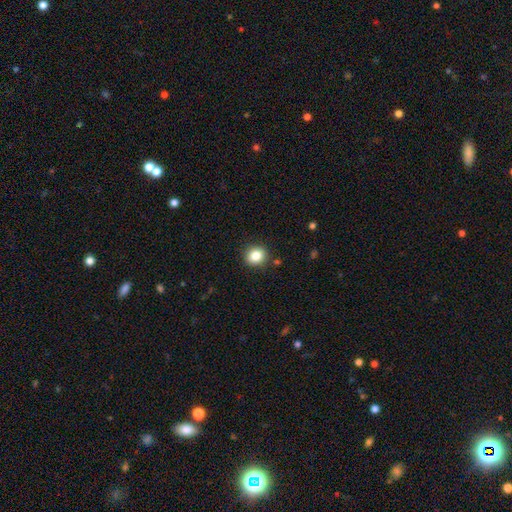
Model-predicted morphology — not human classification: A smooth galaxy with no disk features (84%) that is round (75%). Merging: none (89%).